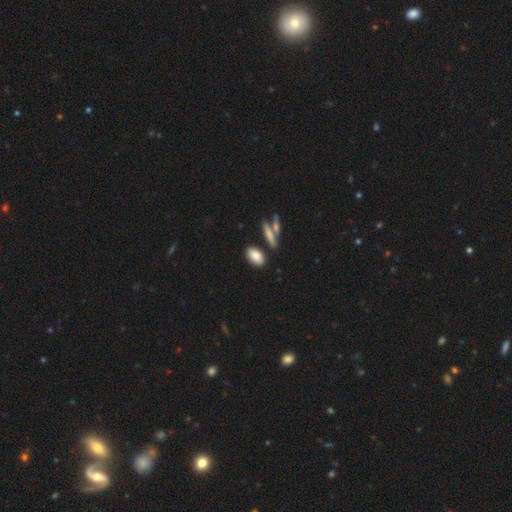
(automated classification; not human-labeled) A smooth galaxy with no disk features (82%) that is in between round and cigar-shaped (86%). Merging: none (75%).